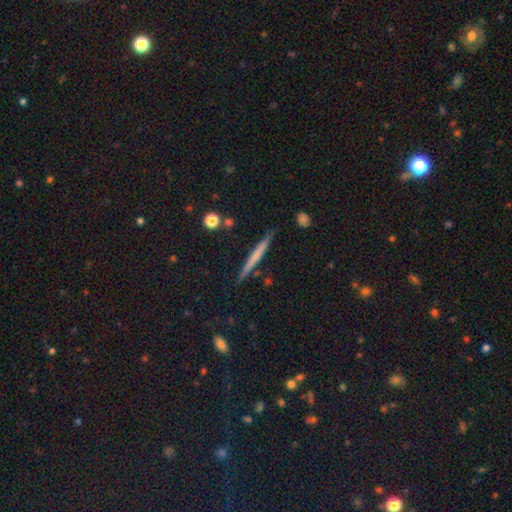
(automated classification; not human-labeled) smooth 49%, featured or disk 44%, star or artifact 7%. Down the decision tree: merging — none (88%).